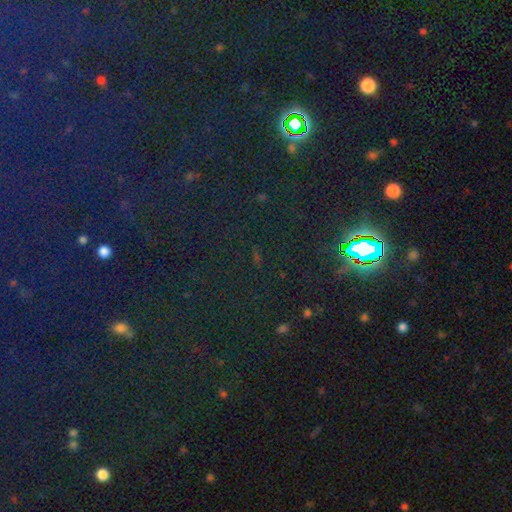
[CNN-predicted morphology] smooth_or_featured: star or artifact (p=0.79) [alt: smooth p=0.13]